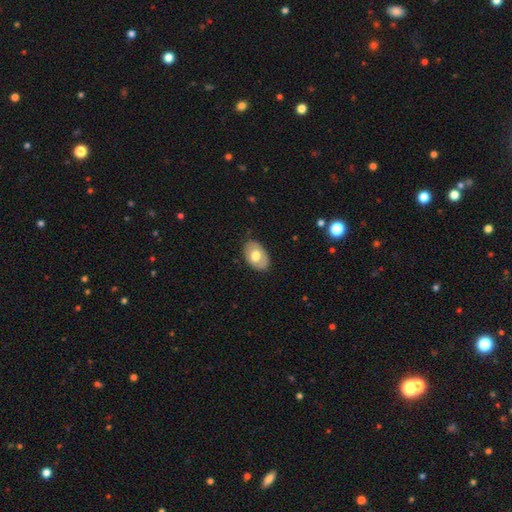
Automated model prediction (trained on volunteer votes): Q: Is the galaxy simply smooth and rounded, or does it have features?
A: smooth — 65%.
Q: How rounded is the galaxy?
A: in between — 86%.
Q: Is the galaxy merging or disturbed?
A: none — 82%.